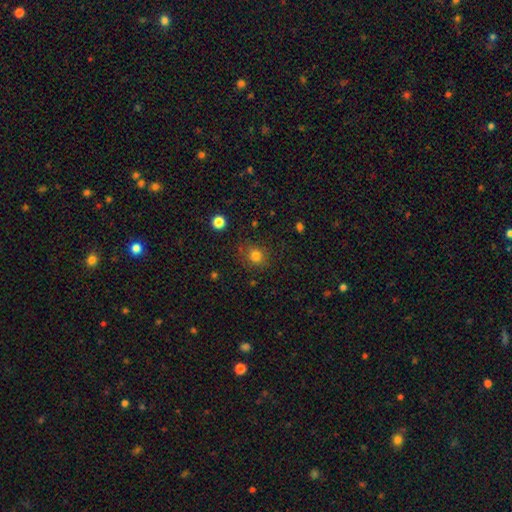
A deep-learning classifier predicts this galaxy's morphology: Smooth or featured: smooth — 79% (star or artifact — 15%)
How rounded: round — 81% (in between — 19%)
Merging: none — 81% (minor disturbance — 13%)